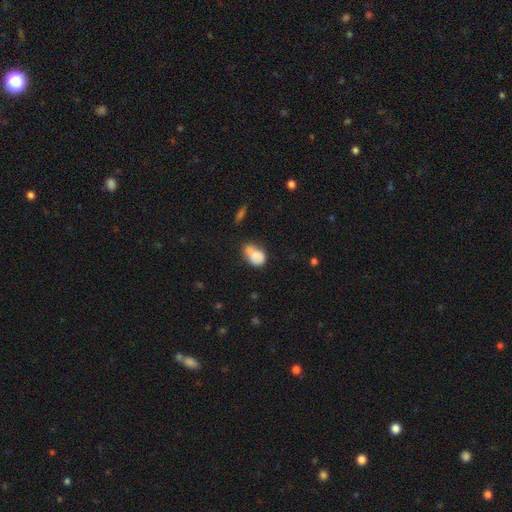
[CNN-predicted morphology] type=smooth (75%); roundness=in between (81%); merging=minor disturbance (37%).